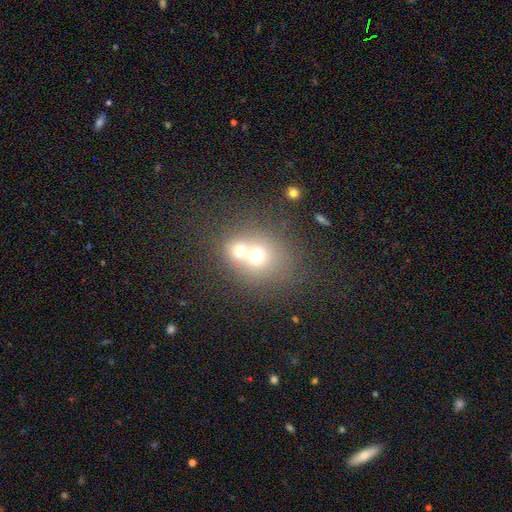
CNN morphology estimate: This appears to be a smooth galaxy with no disk features (63%) that is round (74%). Merging: merger (67%).